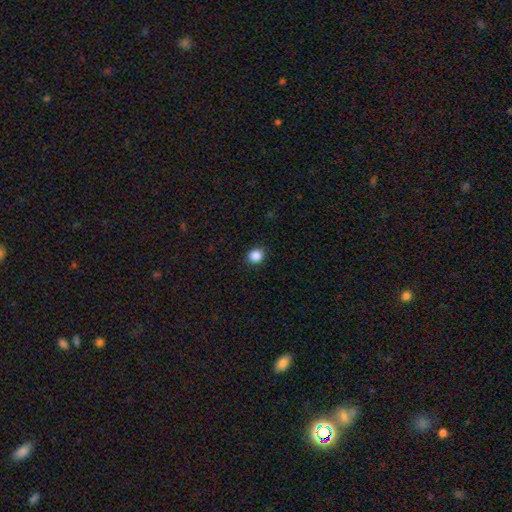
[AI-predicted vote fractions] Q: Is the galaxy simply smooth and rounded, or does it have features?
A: smooth — 87%.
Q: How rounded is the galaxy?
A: round — 76%.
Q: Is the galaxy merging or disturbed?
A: none — 90%.